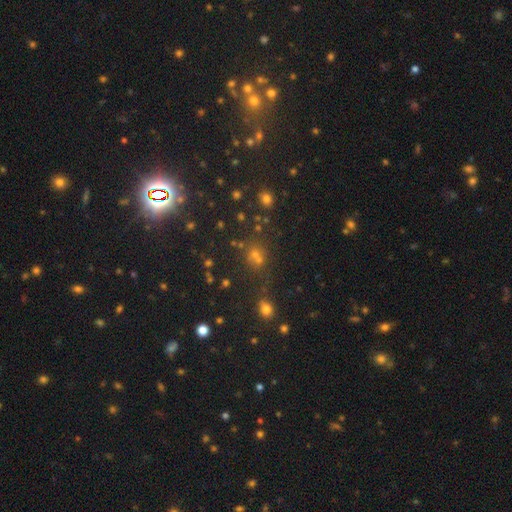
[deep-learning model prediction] Smooth or featured?
  - star or artifact: 47% *
  - smooth: 43%
  - featured or disk: 10%